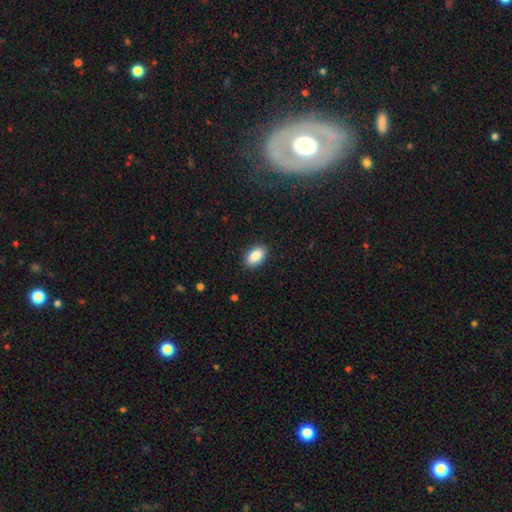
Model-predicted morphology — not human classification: smooth_or_featured: smooth (p=0.87) [alt: star or artifact p=0.07]
how_rounded: in between (p=0.92) [alt: round p=0.06]
merging: none (p=0.88) [alt: minor disturbance p=0.09]